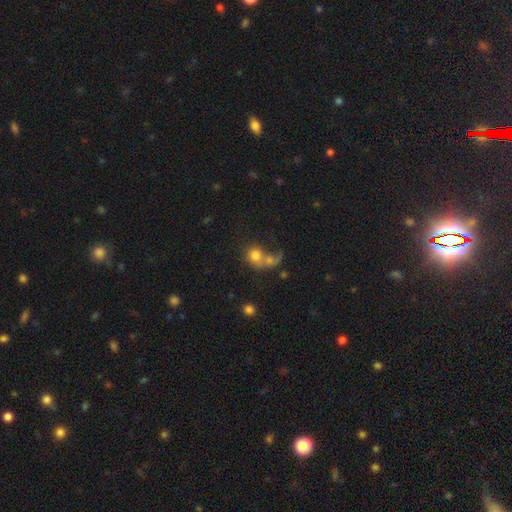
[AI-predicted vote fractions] smooth-or-featured: smooth: 72% | featured or disk: 18% | star or artifact: 10%
  how-rounded: round: 70% | in between: 29% | cigar-shaped: 1%
  merging: merger: 62% | none: 19% | major disturbance: 12% | minor disturbance: 7%